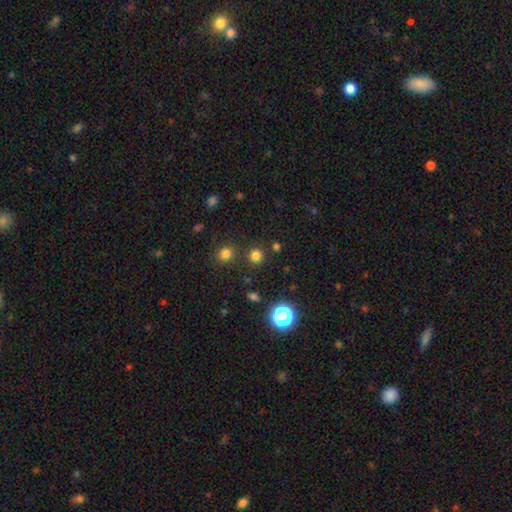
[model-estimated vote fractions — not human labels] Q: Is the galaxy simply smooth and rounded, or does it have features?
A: smooth — 76%.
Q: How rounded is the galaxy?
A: round — 93%.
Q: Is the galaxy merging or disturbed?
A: none — 86%.